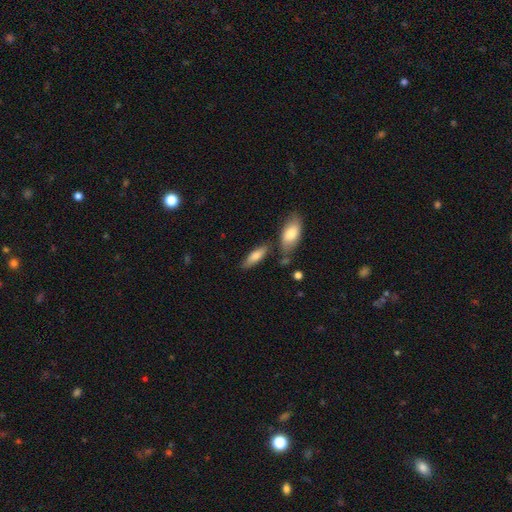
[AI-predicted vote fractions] The model was most divided on "how rounded": in between: 57%, cigar-shaped: 40%, round: 2%. More confident: smooth or featured — smooth (75%); merging — none (67%).